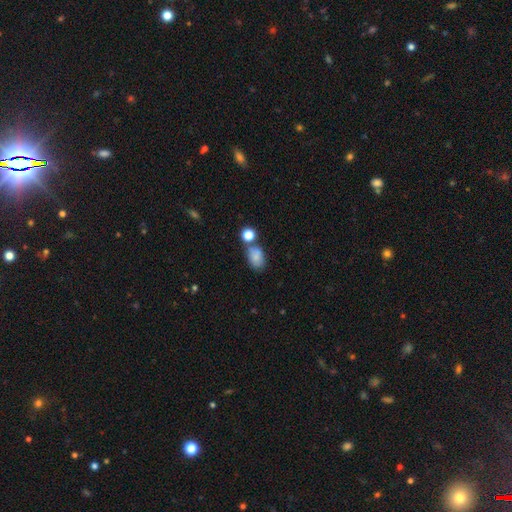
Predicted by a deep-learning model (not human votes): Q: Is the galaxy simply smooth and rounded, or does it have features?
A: smooth — 79%.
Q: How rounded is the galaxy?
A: in between — 82%.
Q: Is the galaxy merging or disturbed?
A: none — 53%.